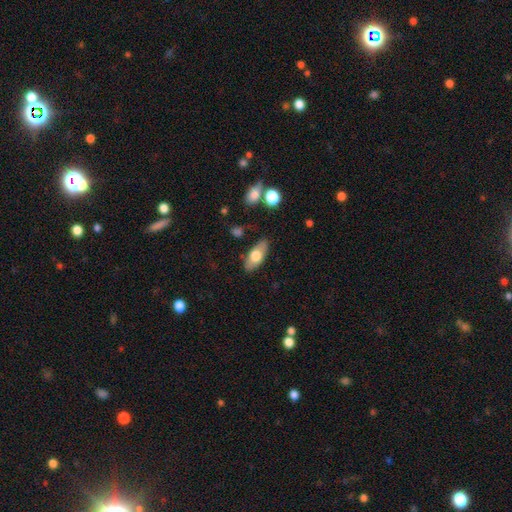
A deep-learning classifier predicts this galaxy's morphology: A smooth galaxy with no disk features (66%) that is in between round and cigar-shaped (83%). Merging: none (83%).